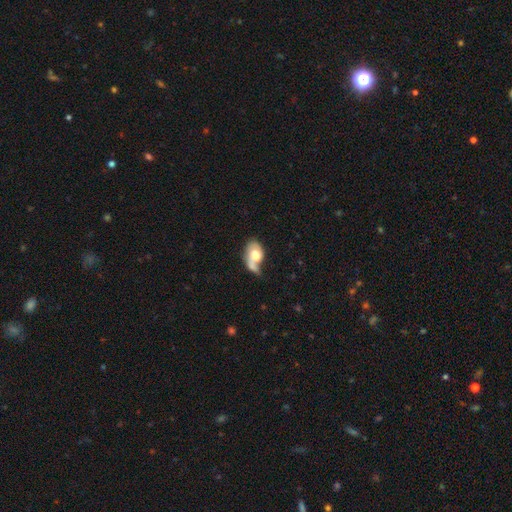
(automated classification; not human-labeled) A smooth galaxy with no disk features (53%) that is in between round and cigar-shaped (82%). Merging: merger (31%).